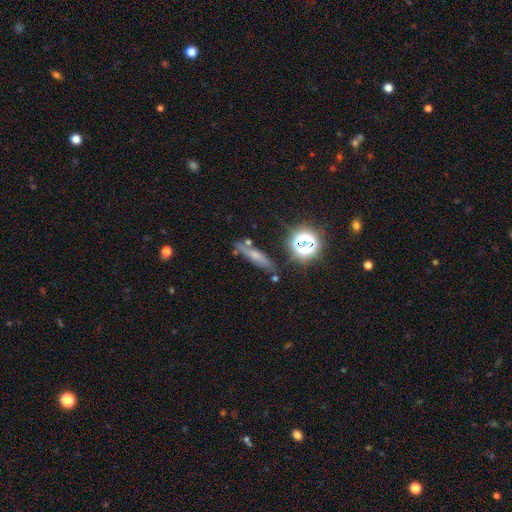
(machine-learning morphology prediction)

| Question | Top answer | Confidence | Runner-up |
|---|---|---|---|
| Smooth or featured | smooth | 50% | featured or disk (30%) |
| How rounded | cigar-shaped | 69% | in between (21%) |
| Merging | none | 70% | minor disturbance (17%) |